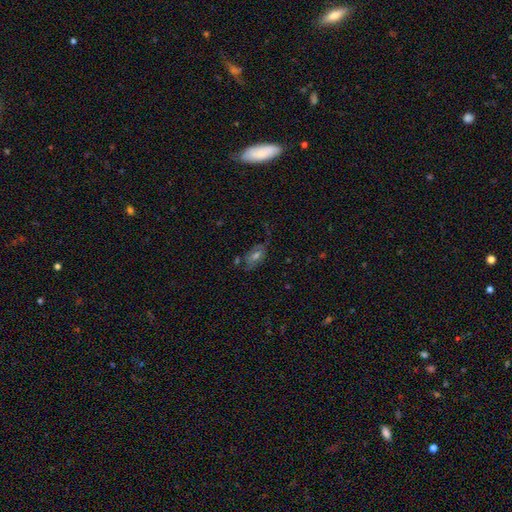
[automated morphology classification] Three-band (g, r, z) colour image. It shows a featured or disk galaxy (45%). Merging: none (56%).